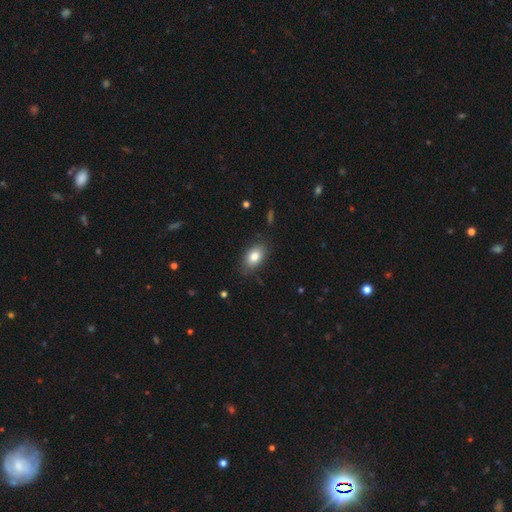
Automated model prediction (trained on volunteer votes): This appears to be a smooth galaxy with no disk features (83%) that is in between round and cigar-shaped (89%). Merging: none (82%).